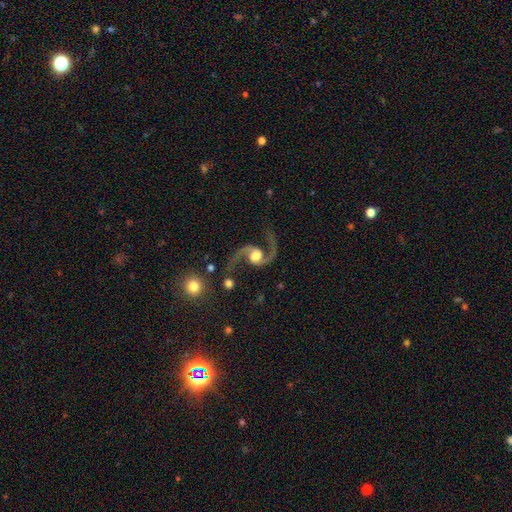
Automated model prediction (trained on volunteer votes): Q: Smooth or featured?
A: featured or disk (93%); runner-up: star or artifact (4%)
Q: Edge-on disk?
A: no (98%); runner-up: yes (2%)
Q: Bar?
A: no (61%); runner-up: weak (29%)
Q: Spiral arms?
A: yes (98%); runner-up: no (2%)
Q: Spiral winding?
A: loose (72%); runner-up: medium (24%)
Q: Spiral arm count?
A: 2 (95%); runner-up: 1 (1%)
Q: Bulge size?
A: moderate (54%); runner-up: large (33%)
Q: Merging?
A: none (77%); runner-up: minor disturbance (12%)